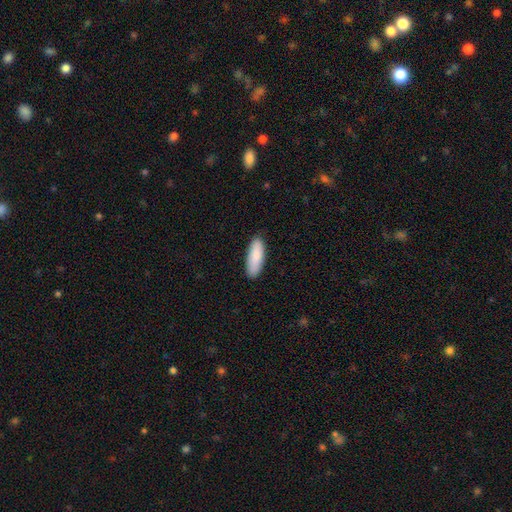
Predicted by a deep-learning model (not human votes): This is clearly a smooth galaxy (86%). How rounded: likely in between (62%). Merging: clearly none (87%).